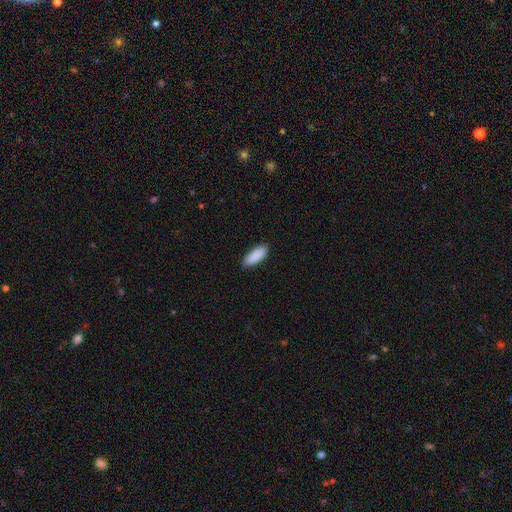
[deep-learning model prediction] A smooth galaxy with no disk features (91%) that is in between round and cigar-shaped (65%).

Vote fractions:
- Smooth or featured? smooth: 91% / star or artifact: 6% / featured or disk: 4%
- How rounded? in between: 65% / cigar-shaped: 33% / round: 2%
- Merging? none: 90% / minor disturbance: 8% / major disturbance: 2% / merger: 1%